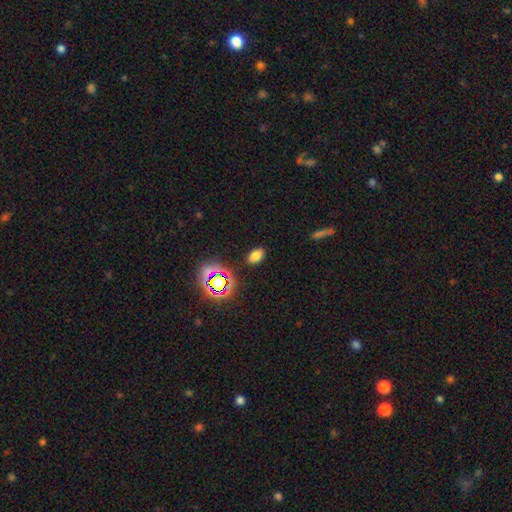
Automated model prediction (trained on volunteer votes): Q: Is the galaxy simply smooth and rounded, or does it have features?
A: smooth — 73%.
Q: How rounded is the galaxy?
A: in between — 88%.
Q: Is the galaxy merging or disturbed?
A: none — 86%.